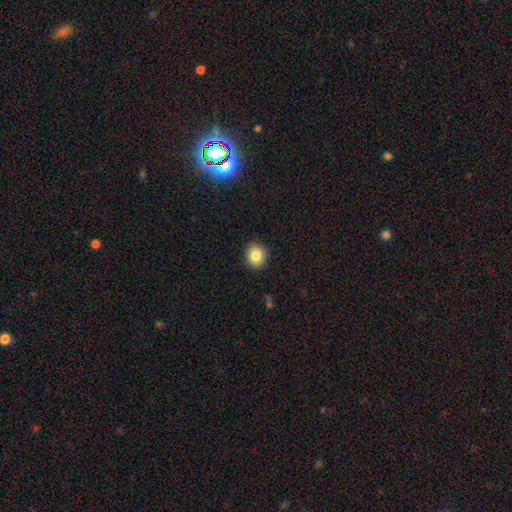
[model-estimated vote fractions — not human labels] Smooth or featured? smooth (85%)
How rounded? round (82%)
Merging? none (91%)